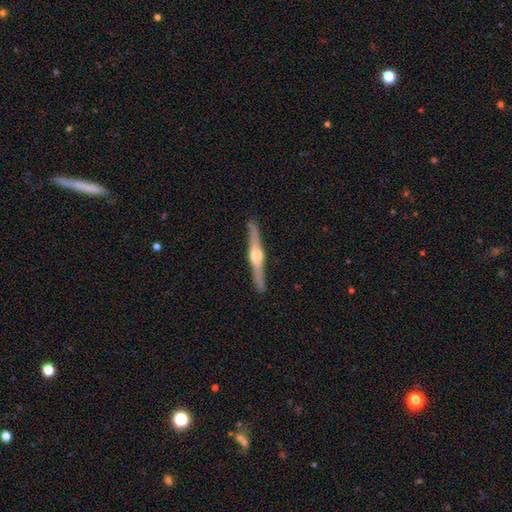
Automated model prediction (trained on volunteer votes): Morphology: type=featured or disk (81%); edge-on=yes (98%); edge-on bulge=rounded (89%); merging=none (90%).